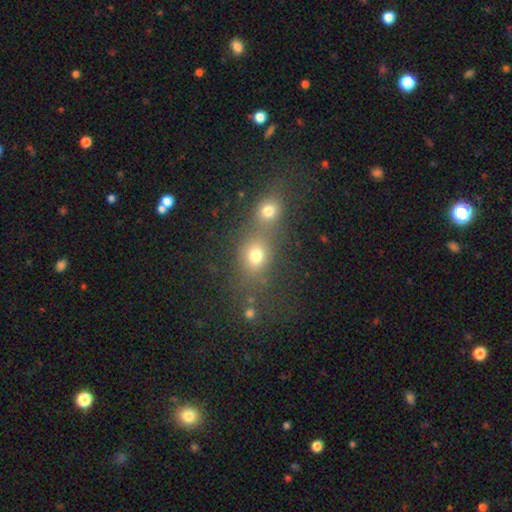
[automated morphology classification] smooth 75%, star or artifact 16%, featured or disk 9%. Down the decision tree: how rounded — round (68%); merging — merger (51%).